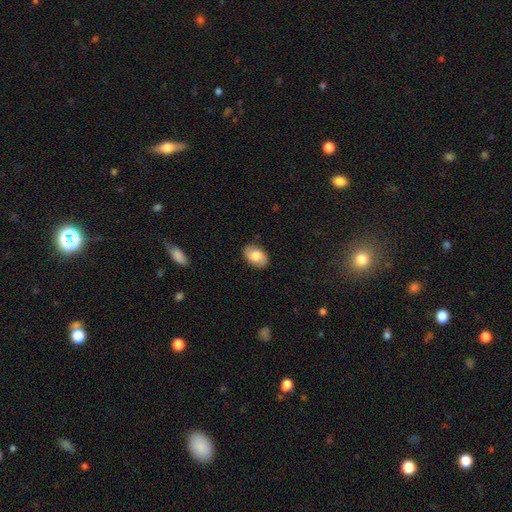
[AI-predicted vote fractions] smooth-or-featured: smooth: 78% | featured or disk: 15% | star or artifact: 7%
  how-rounded: in between: 90% | round: 9% | cigar-shaped: 1%
  merging: none: 84% | minor disturbance: 12% | major disturbance: 2% | merger: 1%